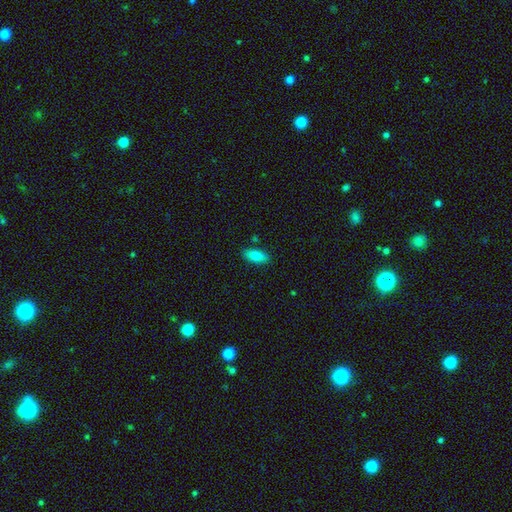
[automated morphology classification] A smooth galaxy with no disk features (84%) that is in between round and cigar-shaped (82%). Merging: none (85%).